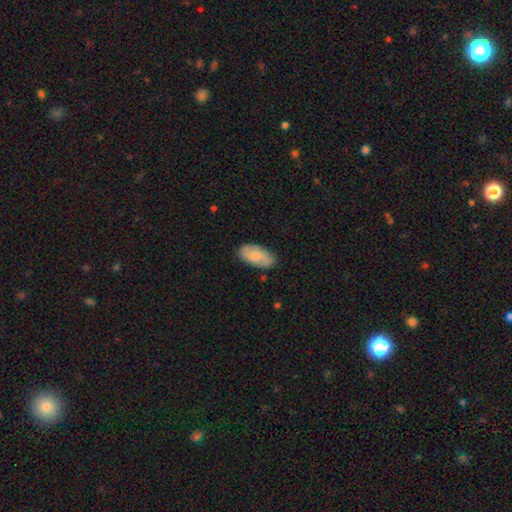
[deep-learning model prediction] Smooth or featured?
  - smooth: 61% *
  - featured or disk: 33%
  - star or artifact: 6%
How rounded?
  - in between: 94% *
  - cigar-shaped: 4%
  - round: 3%
Merging?
  - none: 84% *
  - minor disturbance: 12%
  - major disturbance: 2%
  - merger: 1%